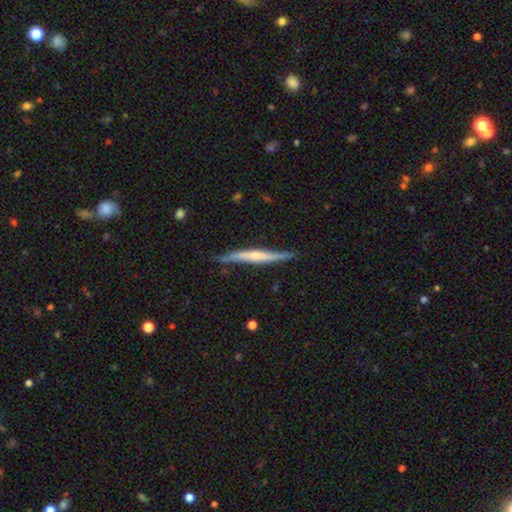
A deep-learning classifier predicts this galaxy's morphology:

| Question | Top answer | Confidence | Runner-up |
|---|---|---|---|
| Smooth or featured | featured or disk | 64% | smooth (31%) |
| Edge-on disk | yes | 93% | no (7%) |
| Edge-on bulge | rounded | 53% | none (36%) |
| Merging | none | 74% | minor disturbance (20%) |